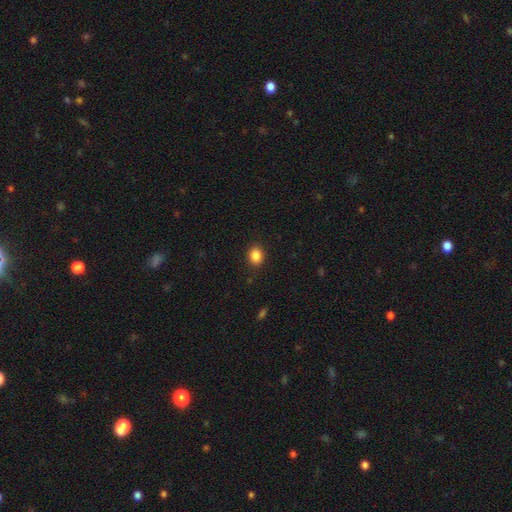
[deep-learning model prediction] This is clearly a smooth galaxy (87%). How rounded: possibly round (55%). Merging: clearly none (89%).